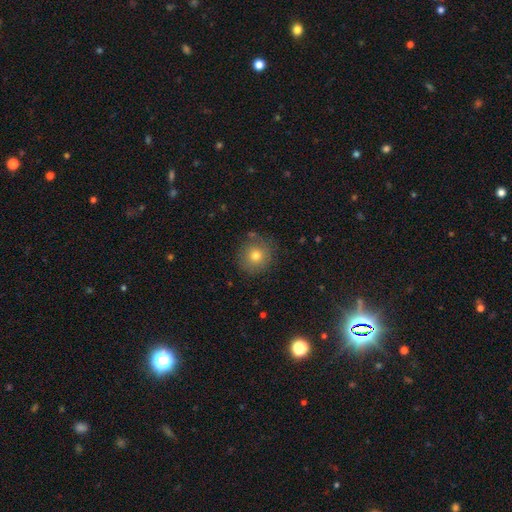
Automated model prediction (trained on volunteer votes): Morphology: type=smooth (75%); roundness=round (92%); merging=none (82%).